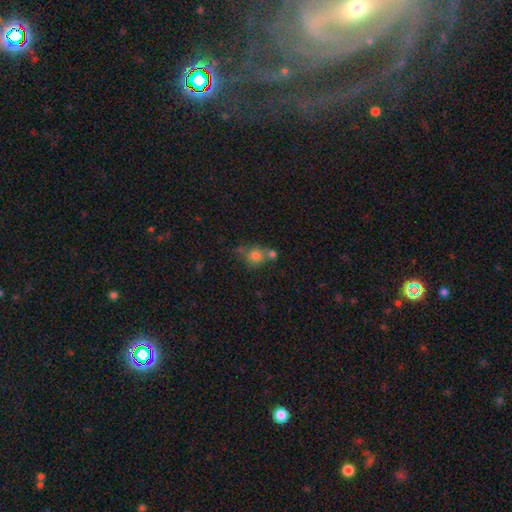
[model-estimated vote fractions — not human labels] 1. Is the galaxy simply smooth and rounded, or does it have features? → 73% smooth, 14% featured or disk, 13% star or artifact.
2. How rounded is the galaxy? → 76% round, 22% in between, 1% cigar-shaped.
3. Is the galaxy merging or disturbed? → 43% none, 36% merger, 14% minor disturbance, 7% major disturbance.